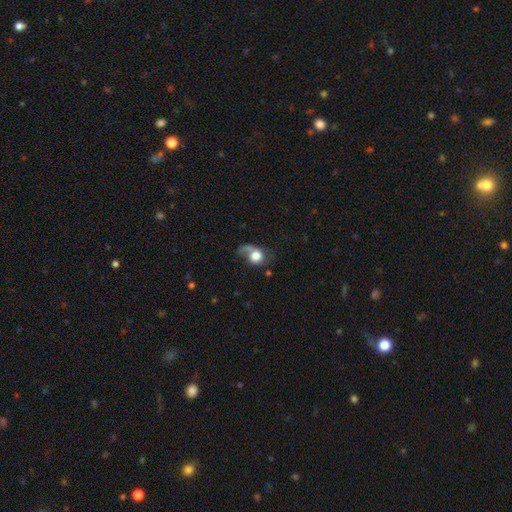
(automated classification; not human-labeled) This appears to be a smooth galaxy with no disk features (63%) that is round (65%). Merging: major disturbance (41%).